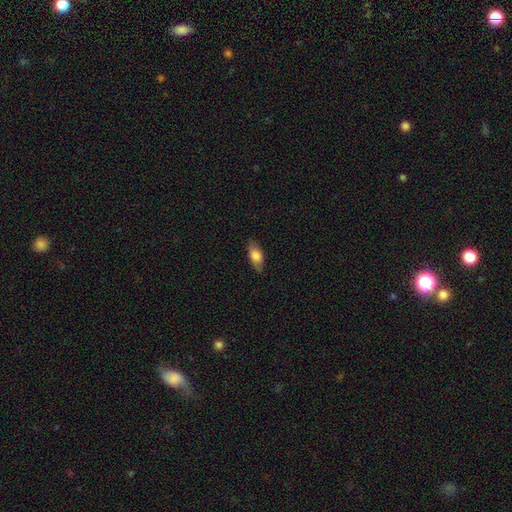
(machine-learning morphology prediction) Smooth or featured?
  - smooth: 74% *
  - featured or disk: 20%
  - star or artifact: 7%
How rounded?
  - in between: 84% *
  - cigar-shaped: 12%
  - round: 4%
Merging?
  - none: 81% *
  - minor disturbance: 15%
  - major disturbance: 3%
  - merger: 1%